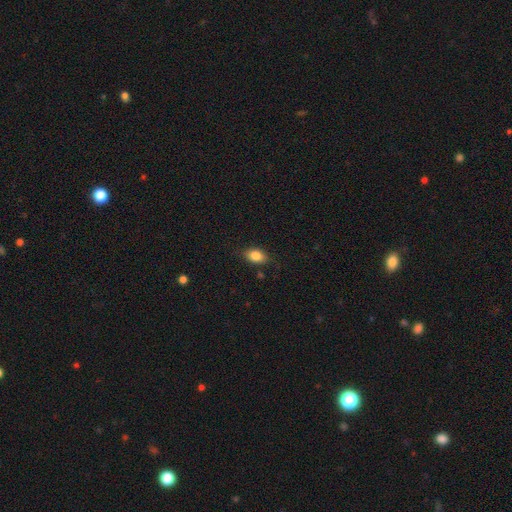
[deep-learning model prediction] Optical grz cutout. It shows a smooth galaxy with no disk features (84%) that is in between round and cigar-shaped (83%). Merging: none (81%).